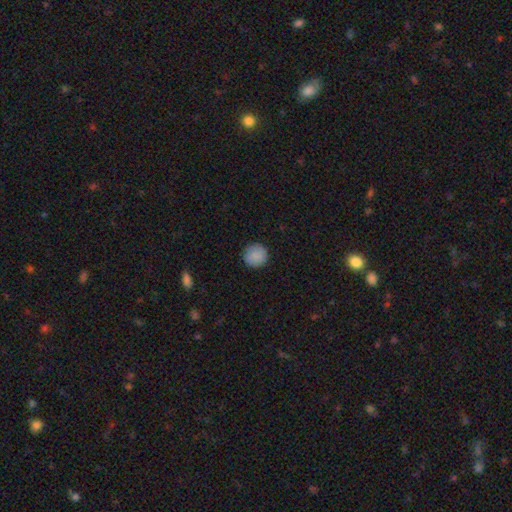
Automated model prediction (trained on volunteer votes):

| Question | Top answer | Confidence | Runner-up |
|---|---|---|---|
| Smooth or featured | smooth | 87% | star or artifact (7%) |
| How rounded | round | 95% | in between (4%) |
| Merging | none | 90% | minor disturbance (7%) |